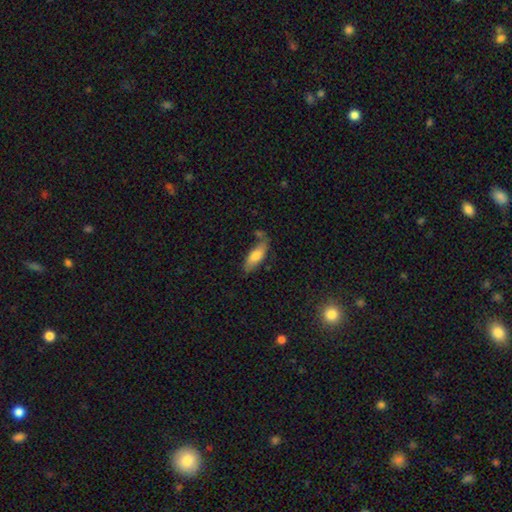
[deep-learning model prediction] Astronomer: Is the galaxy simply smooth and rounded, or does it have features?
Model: smooth — 73%.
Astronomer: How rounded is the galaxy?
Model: in between — 68%.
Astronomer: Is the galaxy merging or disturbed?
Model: none — 61%.